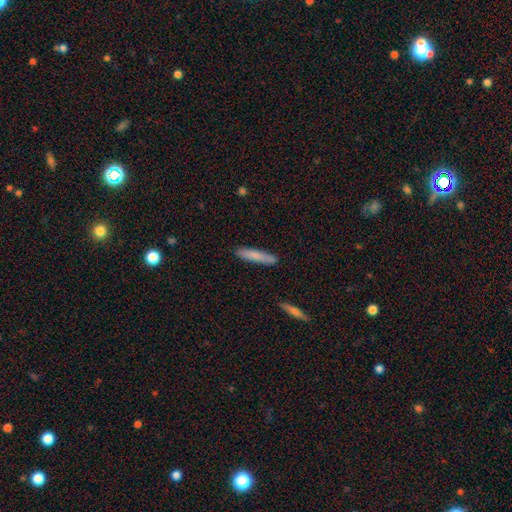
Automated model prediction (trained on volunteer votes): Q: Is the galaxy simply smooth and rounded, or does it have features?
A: smooth — 80%.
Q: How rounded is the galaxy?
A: cigar-shaped — 90%.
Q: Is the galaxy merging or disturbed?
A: none — 88%.